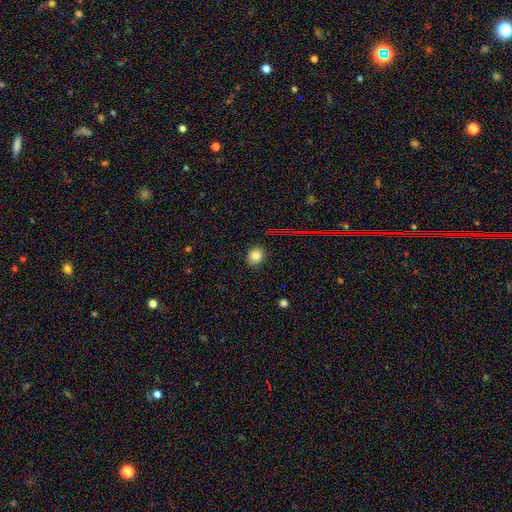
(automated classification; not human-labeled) The model was most divided on "how rounded": round: 78%, in between: 21%, cigar-shaped: 1%. More confident: merging — none (89%); smooth or featured — smooth (81%).